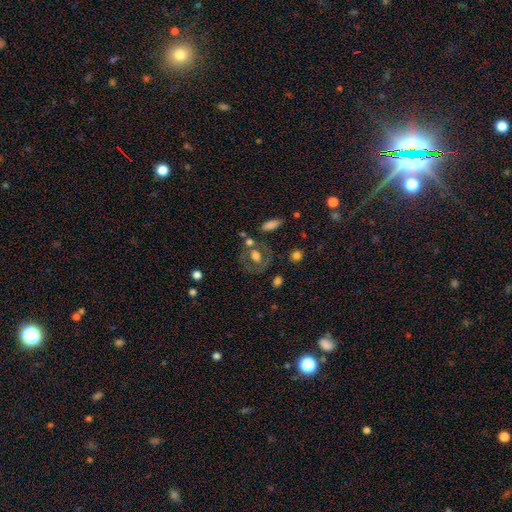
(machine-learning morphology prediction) The model was most divided on "smooth or featured": smooth: 49%, featured or disk: 42%, star or artifact: 9%. More confident: merging — none (63%).